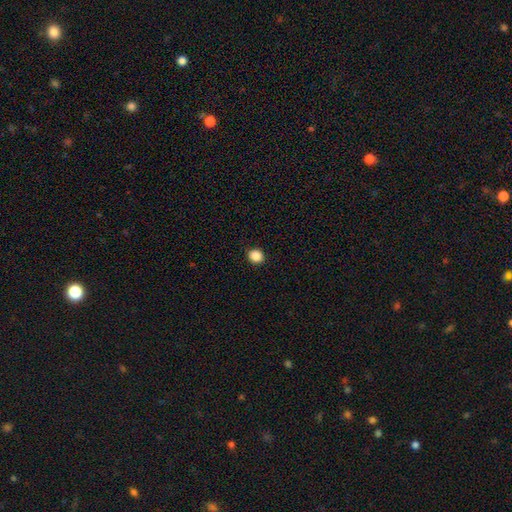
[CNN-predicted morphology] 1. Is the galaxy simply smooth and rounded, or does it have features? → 87% smooth, 10% star or artifact, 3% featured or disk.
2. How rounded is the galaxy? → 83% round, 16% in between, 1% cigar-shaped.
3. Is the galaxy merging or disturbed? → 93% none, 5% minor disturbance, 2% major disturbance, 1% merger.